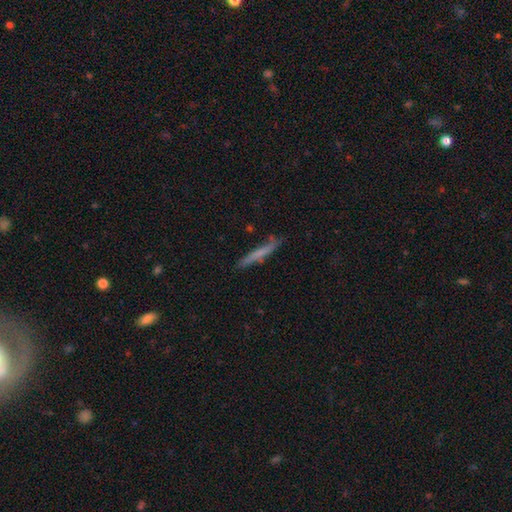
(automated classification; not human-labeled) Smooth or featured?
  - smooth: 52% *
  - featured or disk: 40%
  - star or artifact: 8%
How rounded?
  - cigar-shaped: 95% *
  - in between: 4%
  - round: 2%
Merging?
  - none: 78% *
  - minor disturbance: 16%
  - major disturbance: 3%
  - merger: 2%